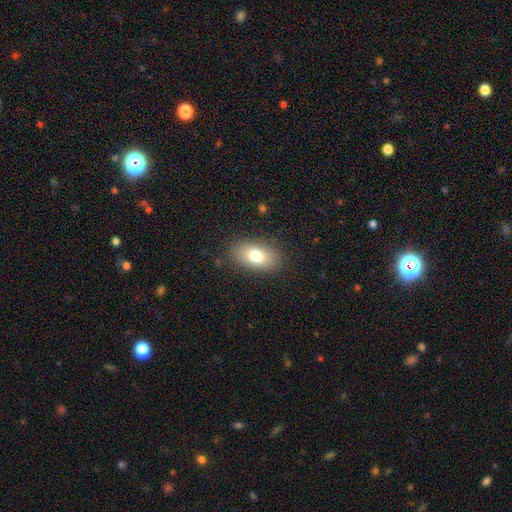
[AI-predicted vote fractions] smooth_or_featured: smooth (p=0.77) [alt: featured or disk p=0.14]
how_rounded: in between (p=0.89) [alt: round p=0.08]
merging: none (p=0.85) [alt: minor disturbance p=0.10]